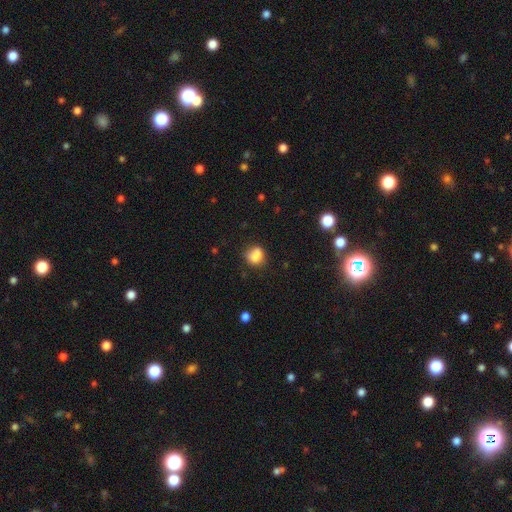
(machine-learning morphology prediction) smooth 81%, star or artifact 11%, featured or disk 9%. Down the decision tree: how rounded — round (60%); merging — none (58%).